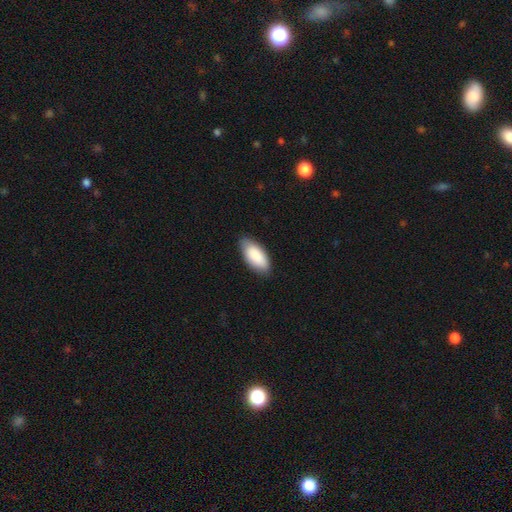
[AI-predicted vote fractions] Morphology: type=smooth (88%); roundness=in between (91%); merging=none (82%).